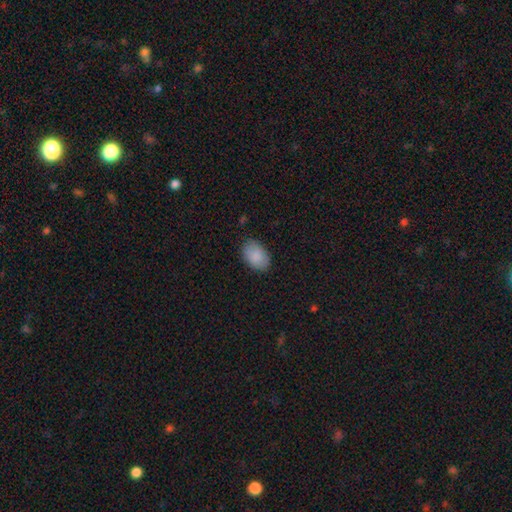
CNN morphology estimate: type=smooth (88%); roundness=in between (88%); merging=none (82%).